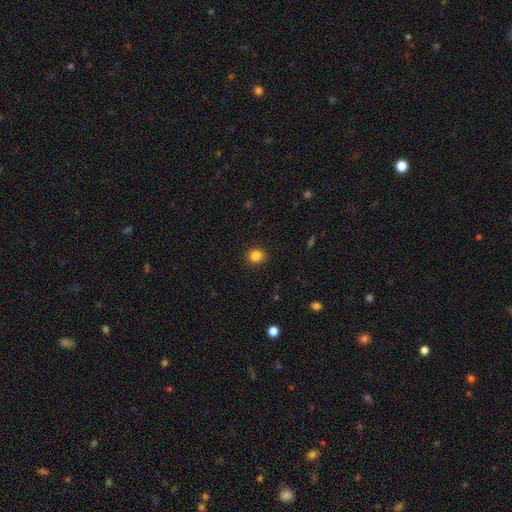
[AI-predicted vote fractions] This appears to be a smooth galaxy with no disk features (85%) that is round (78%). Merging: none (89%).